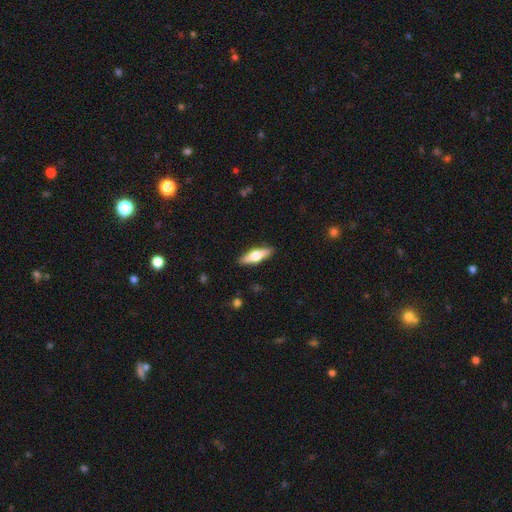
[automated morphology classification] This appears to be a smooth galaxy with no disk features (50%). Merging: none (89%).